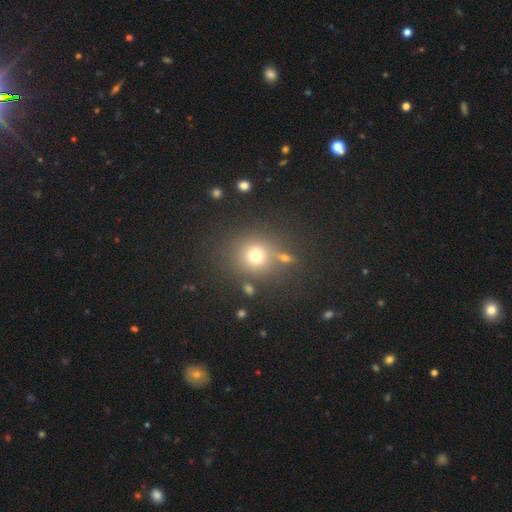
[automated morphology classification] This appears to be a smooth galaxy with no disk features (71%) that is round (88%). Merging: none (74%).